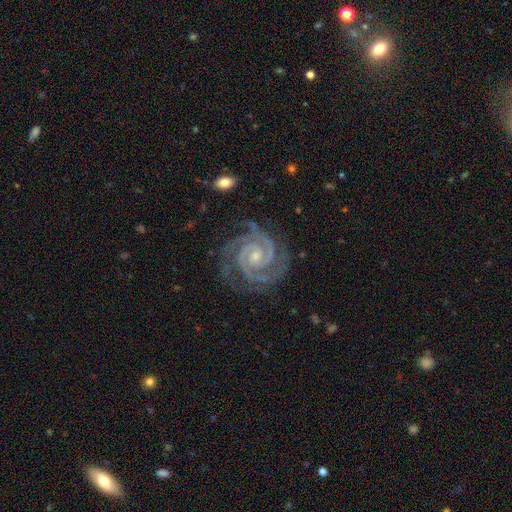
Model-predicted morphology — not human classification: This is clearly a featured or disk galaxy (94%). It is clearly not viewed edge-on (98%). Bar: possibly no (54%). Spiral arm pattern: clearly yes (99%). Spiral arm count: likely 2 (72%). Spiral winding: likely tight (79%). Central bulge: likely small (62%). Merging: likely none (78%).